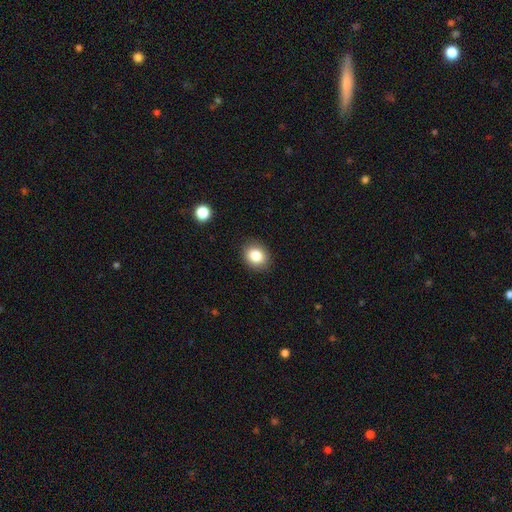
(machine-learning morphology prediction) The model was most divided on "how rounded": round: 58%, in between: 41%, cigar-shaped: 1%. More confident: merging — none (88%); smooth or featured — smooth (83%).